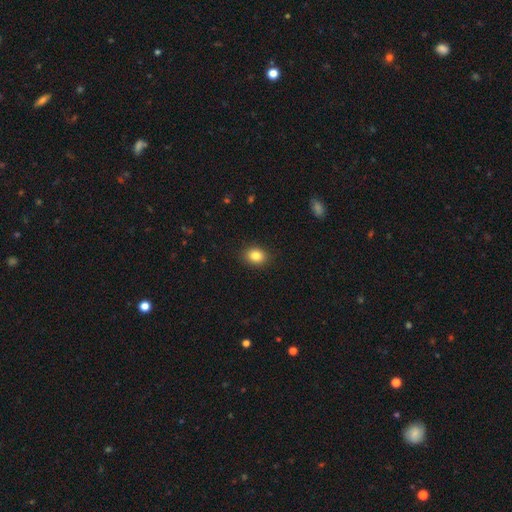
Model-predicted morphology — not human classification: Q: Smooth or featured?
A: smooth (84%); runner-up: star or artifact (10%)
Q: How rounded?
A: in between (53%); runner-up: round (46%)
Q: Merging?
A: none (90%); runner-up: minor disturbance (7%)